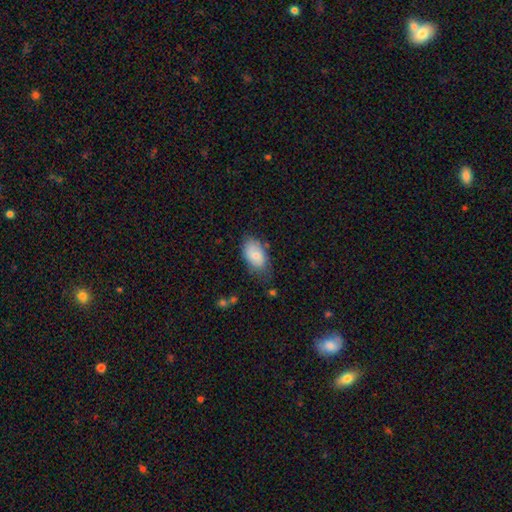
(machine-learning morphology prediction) Smooth or featured? smooth (72%)
How rounded? in between (92%)
Merging? none (62%)